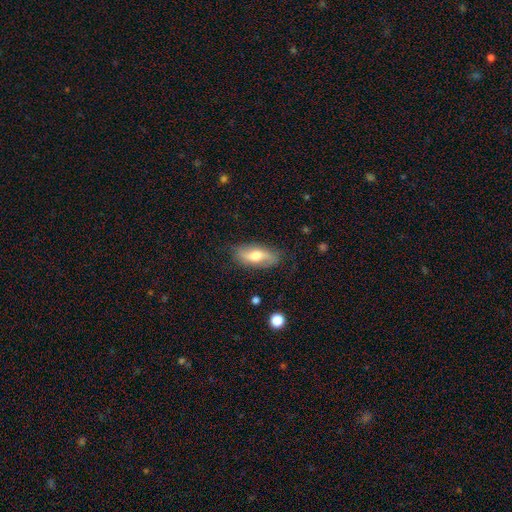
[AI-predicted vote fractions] Q: Smooth or featured?
A: smooth (47%); tied with: featured or disk (47%)
Q: Merging?
A: none (78%); runner-up: minor disturbance (16%)